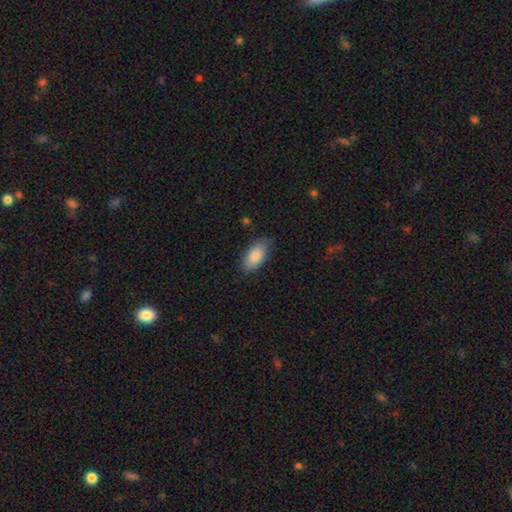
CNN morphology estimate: Smooth or featured? smooth (85%)
How rounded? in between (93%)
Merging? none (77%)